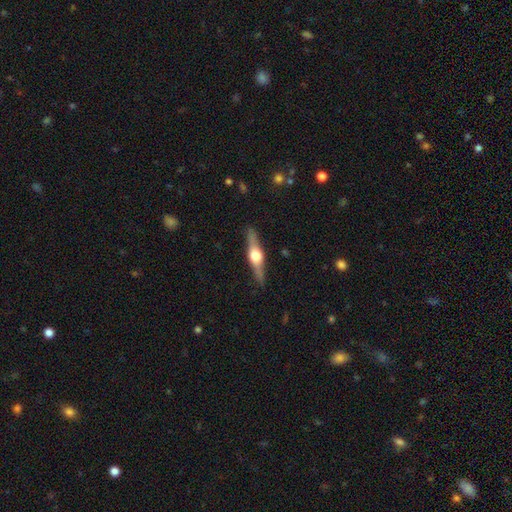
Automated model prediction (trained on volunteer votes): Smooth or featured? Predicted: featured or disk (p=0.74). Edge-on disk? Predicted: yes (p=0.97). Edge-on bulge? Predicted: rounded (p=0.94). Merging? Predicted: none (p=0.89).